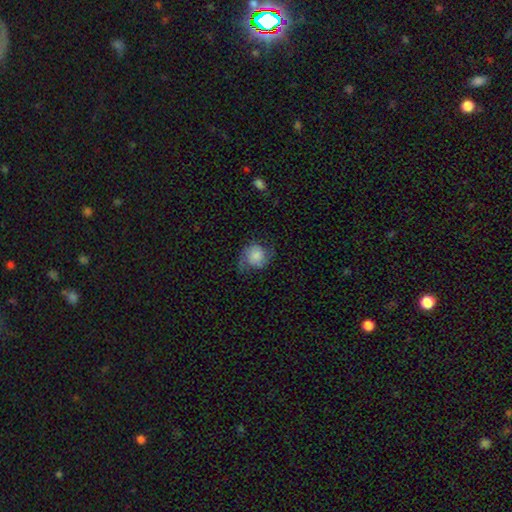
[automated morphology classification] type=featured or disk (59%); edge-on=no (98%); bar=no (74%); spiral arms=yes (93%); winding=medium (44%); arm count=2 (88%); bulge=none (28%); merging=none (67%).